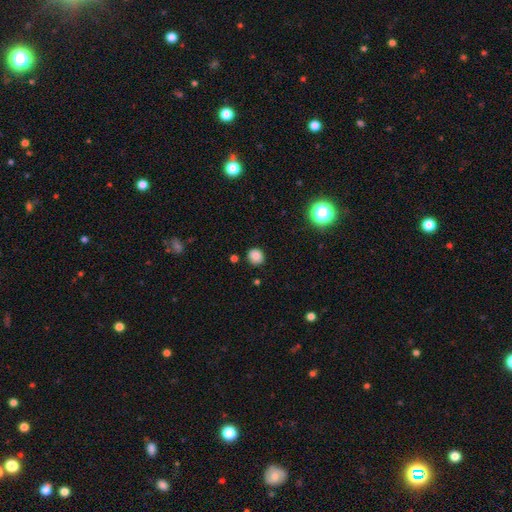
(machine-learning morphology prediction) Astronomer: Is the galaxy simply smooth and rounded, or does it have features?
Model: smooth — 84%.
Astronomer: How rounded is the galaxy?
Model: round — 88%.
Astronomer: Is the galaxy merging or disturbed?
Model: none — 87%.